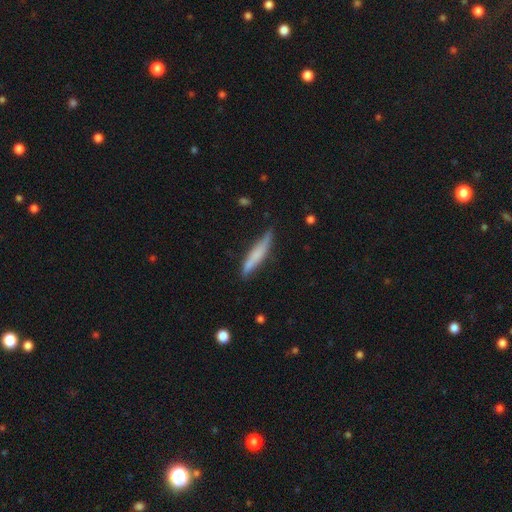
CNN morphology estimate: Smooth or featured: smooth — 60% (featured or disk — 34%)
How rounded: cigar-shaped — 90% (in between — 9%)
Merging: none — 73% (minor disturbance — 21%)